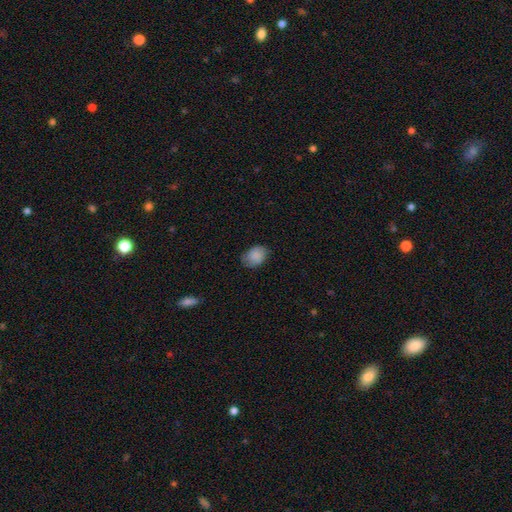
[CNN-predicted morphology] A smooth galaxy with no disk features (83%) that is in between round and cigar-shaped (68%).

Vote fractions:
- Smooth or featured? smooth: 83% / featured or disk: 9% / star or artifact: 7%
- How rounded? in between: 68% / round: 31% / cigar-shaped: 1%
- Merging? none: 69% / minor disturbance: 24% / major disturbance: 5% / merger: 1%